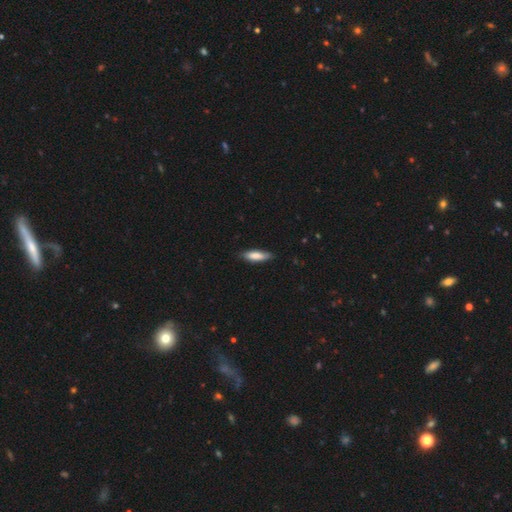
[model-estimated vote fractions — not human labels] Smooth or featured?
  - smooth: 80% *
  - featured or disk: 14%
  - star or artifact: 6%
How rounded?
  - cigar-shaped: 59% *
  - in between: 40%
  - round: 2%
Merging?
  - none: 82% *
  - minor disturbance: 14%
  - major disturbance: 2%
  - merger: 1%